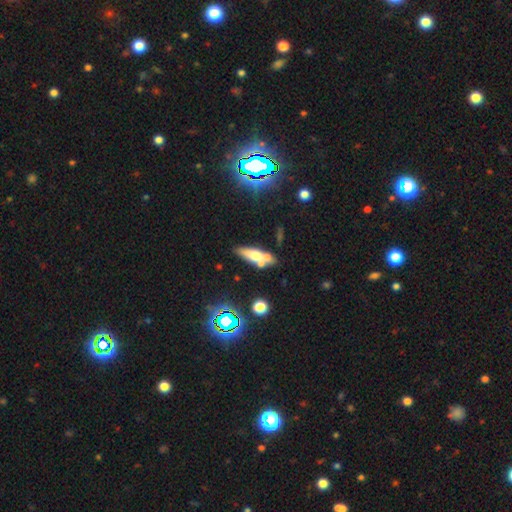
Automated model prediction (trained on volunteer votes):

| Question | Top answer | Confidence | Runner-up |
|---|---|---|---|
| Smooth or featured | smooth | 50% | featured or disk (38%) |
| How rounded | in between | 54% | cigar-shaped (42%) |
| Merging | none | 50% | merger (30%) |